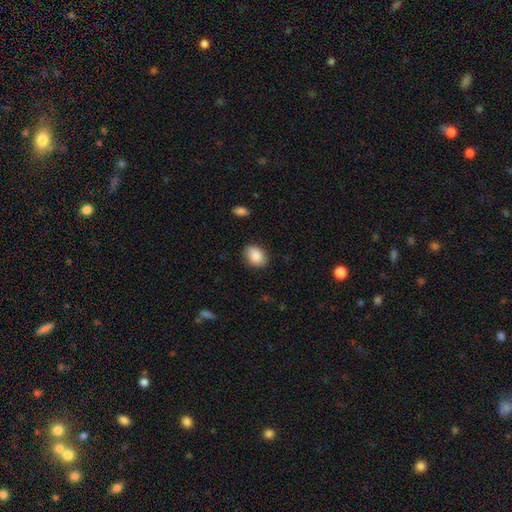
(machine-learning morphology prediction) smooth_or_featured: smooth (p=0.88) [alt: star or artifact p=0.07]
how_rounded: in between (p=0.65) [alt: round p=0.34]
merging: none (p=0.83) [alt: minor disturbance p=0.12]